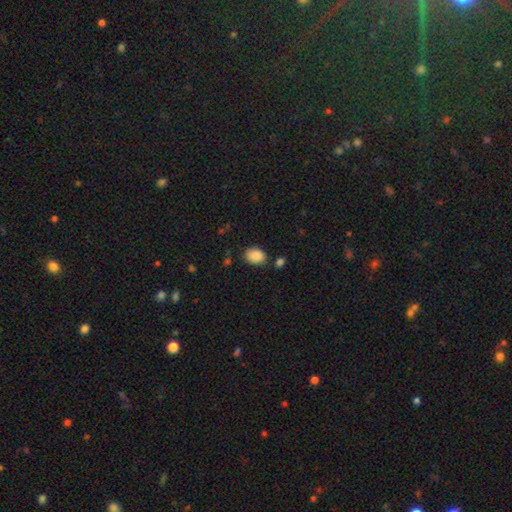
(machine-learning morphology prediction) This appears to be a smooth galaxy with no disk features (89%) that is in between round and cigar-shaped (78%). Merging: none (78%).